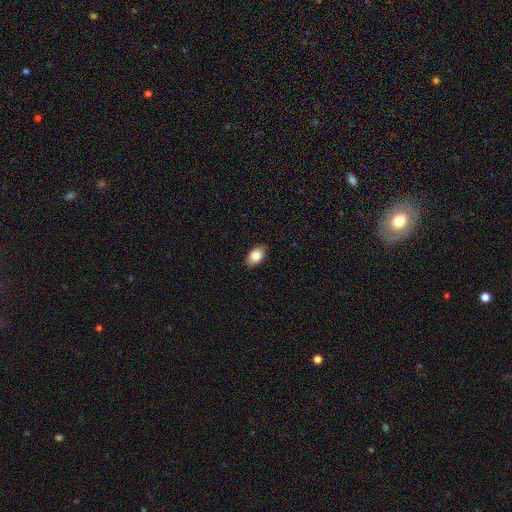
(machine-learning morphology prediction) This is clearly a smooth galaxy (86%). How rounded: clearly in between (89%). Merging: clearly none (88%).